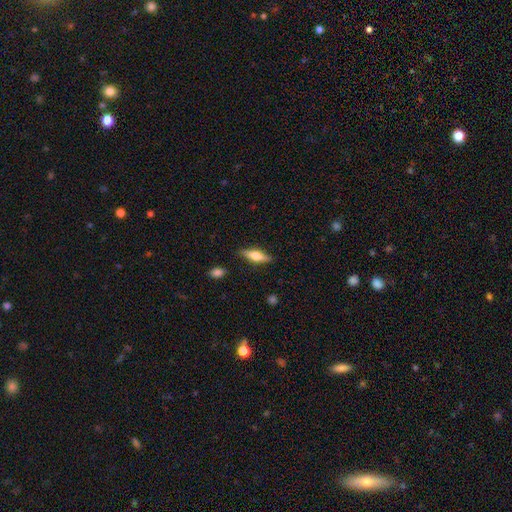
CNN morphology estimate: Q: Smooth or featured?
A: featured or disk (48%); runner-up: smooth (45%)
Q: Merging?
A: none (87%); runner-up: minor disturbance (9%)